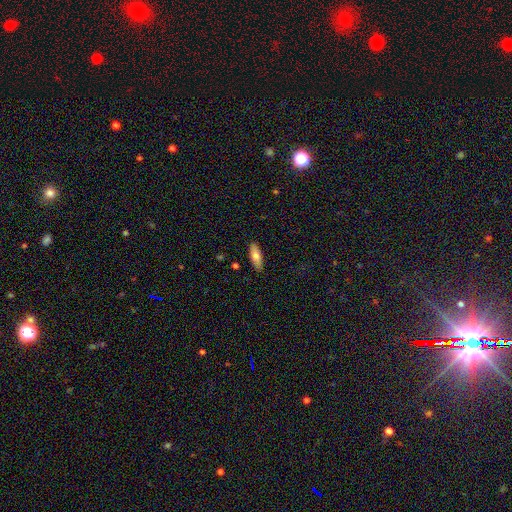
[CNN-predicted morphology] Q: Smooth or featured?
A: smooth (75%); runner-up: featured or disk (19%)
Q: How rounded?
A: in between (64%); runner-up: cigar-shaped (34%)
Q: Merging?
A: none (88%); runner-up: minor disturbance (9%)